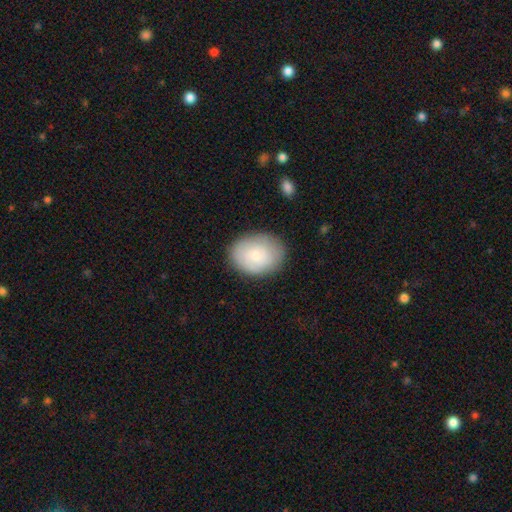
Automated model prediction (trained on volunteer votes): Smooth or featured? smooth (69%)
How rounded? in between (63%)
Merging? none (82%)